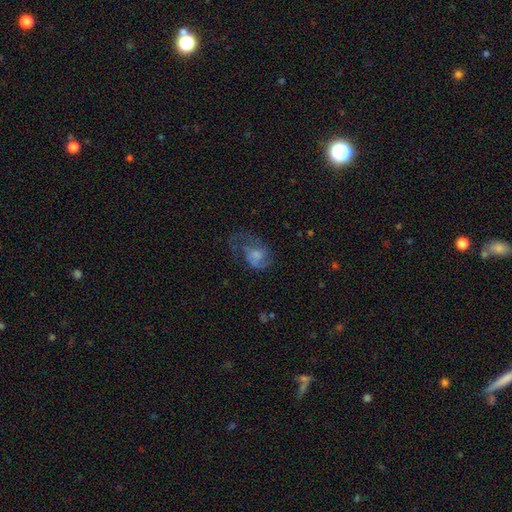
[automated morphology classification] type=featured or disk (52%); edge-on=no (97%); bar=no (72%); spiral arms=yes (68%); bulge=none (30%); merging=major disturbance (51%).